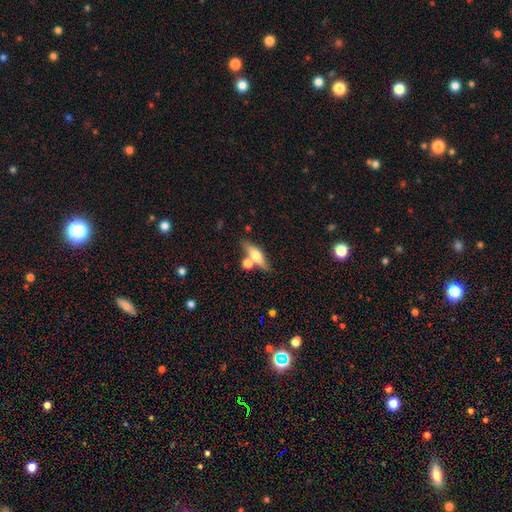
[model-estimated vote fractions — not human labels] The model was most divided on "smooth or featured": smooth: 53%, featured or disk: 39%, star or artifact: 7%. More confident: merging — none (62%); how rounded — cigar-shaped (54%).